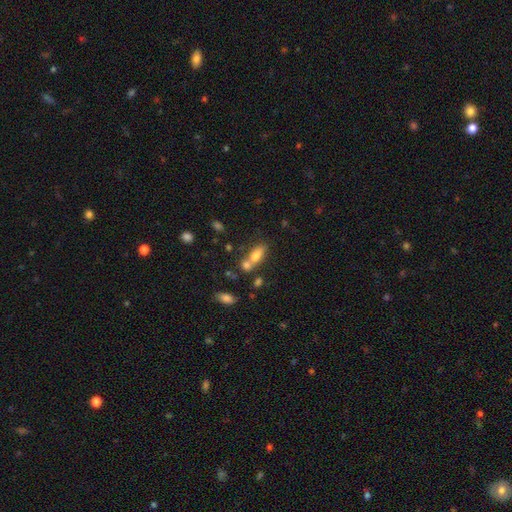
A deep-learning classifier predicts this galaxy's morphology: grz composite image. It shows a smooth galaxy with no disk features (73%) that is in between round and cigar-shaped (77%). Merging: merger (46%).